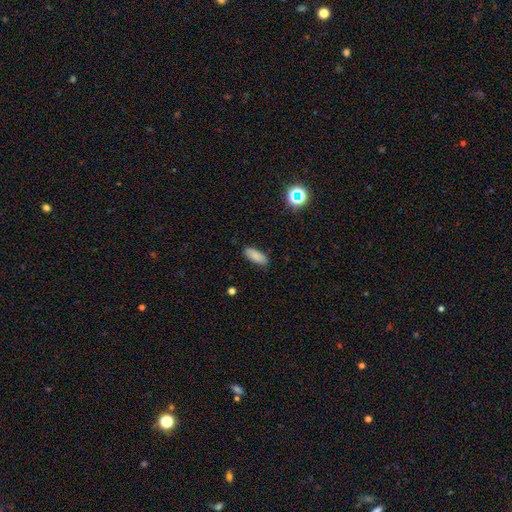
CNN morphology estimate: smooth_or_featured: smooth (p=0.85) [alt: star or artifact p=0.09]
how_rounded: in between (p=0.71) [alt: cigar-shaped p=0.27]
merging: none (p=0.87) [alt: minor disturbance p=0.10]